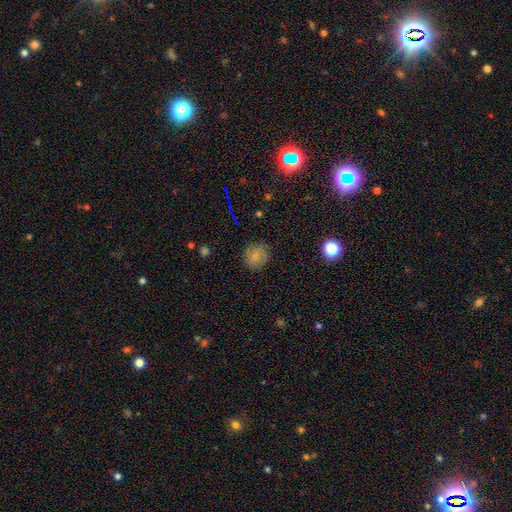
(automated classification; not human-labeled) smooth_or_featured: smooth (p=0.77) [alt: star or artifact p=0.14]
how_rounded: round (p=0.84) [alt: in between p=0.15]
merging: none (p=0.82) [alt: minor disturbance p=0.13]